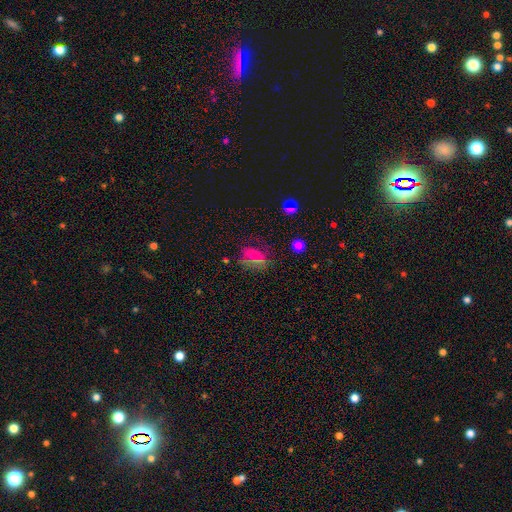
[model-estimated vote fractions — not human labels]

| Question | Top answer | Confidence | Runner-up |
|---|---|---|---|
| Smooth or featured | smooth | 49% | star or artifact (30%) |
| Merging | none | 60% | minor disturbance (20%) |